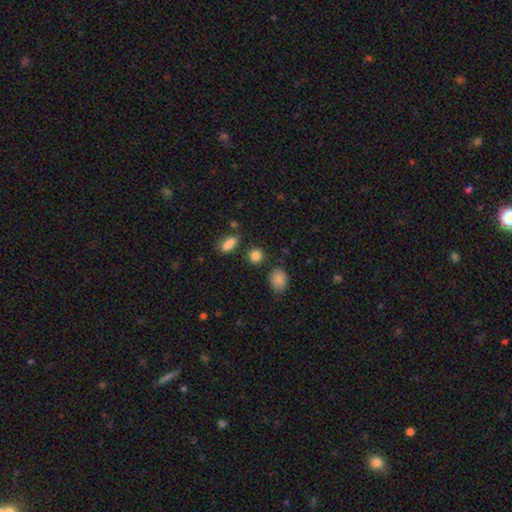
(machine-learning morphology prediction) Q: Smooth or featured?
A: smooth (85%); runner-up: star or artifact (11%)
Q: How rounded?
A: round (76%); runner-up: in between (22%)
Q: Merging?
A: none (82%); runner-up: minor disturbance (9%)